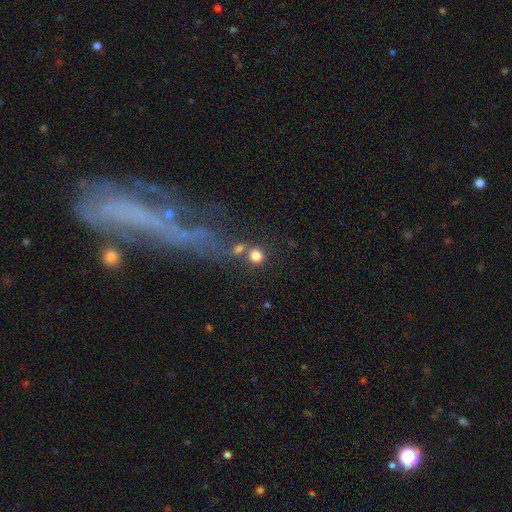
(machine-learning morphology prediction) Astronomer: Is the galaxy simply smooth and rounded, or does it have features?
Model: smooth — 79%.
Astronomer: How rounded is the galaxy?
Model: round — 85%.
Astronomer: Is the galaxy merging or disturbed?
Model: none — 55%.